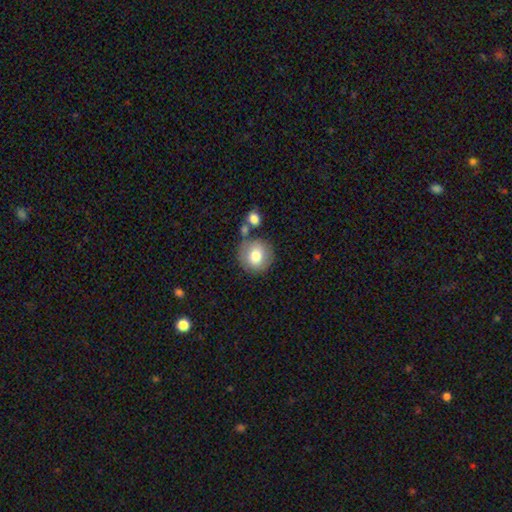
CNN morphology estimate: smooth 76%, featured or disk 15%, star or artifact 8%. Down the decision tree: how rounded — round (92%); merging — none (74%).